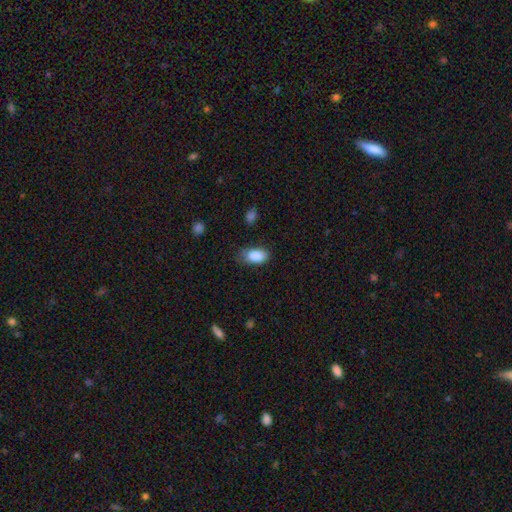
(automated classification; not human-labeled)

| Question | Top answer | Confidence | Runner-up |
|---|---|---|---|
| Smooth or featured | smooth | 87% | star or artifact (7%) |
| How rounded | in between | 92% | round (5%) |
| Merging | none | 71% | minor disturbance (23%) |